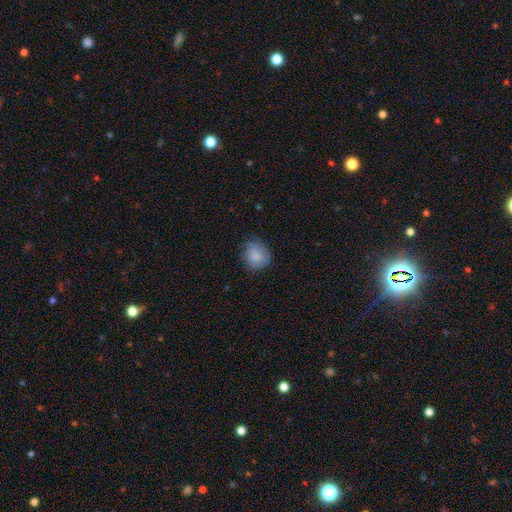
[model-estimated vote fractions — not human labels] A smooth galaxy with no disk features (82%) that is round (75%).

Vote fractions:
- Smooth or featured? smooth: 82% / featured or disk: 10% / star or artifact: 7%
- How rounded? round: 75% / in between: 24% / cigar-shaped: 1%
- Merging? none: 68% / minor disturbance: 25% / major disturbance: 7% / merger: 1%